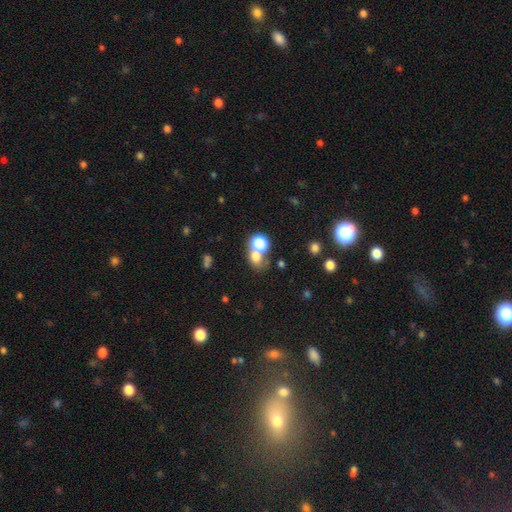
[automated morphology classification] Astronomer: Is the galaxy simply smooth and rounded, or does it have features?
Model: smooth — 68%.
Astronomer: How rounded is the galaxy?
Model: round — 60% (runner-up: in between, 39%).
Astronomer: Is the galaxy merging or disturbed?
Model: merger — 45% (runner-up: none, 39%).